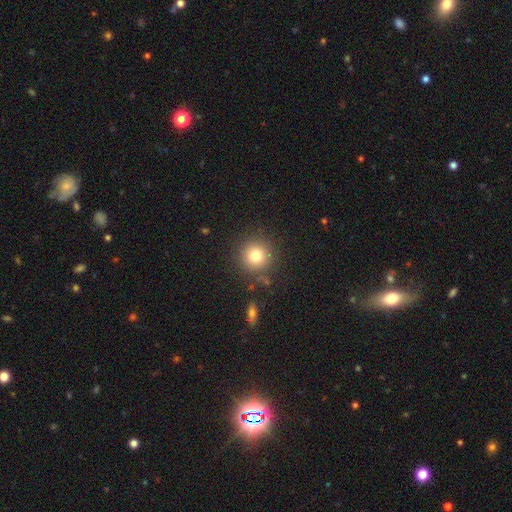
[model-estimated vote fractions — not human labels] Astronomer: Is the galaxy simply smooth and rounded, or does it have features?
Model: smooth — 79%.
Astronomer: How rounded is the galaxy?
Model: round — 94%.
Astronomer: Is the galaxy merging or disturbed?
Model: none — 86%.